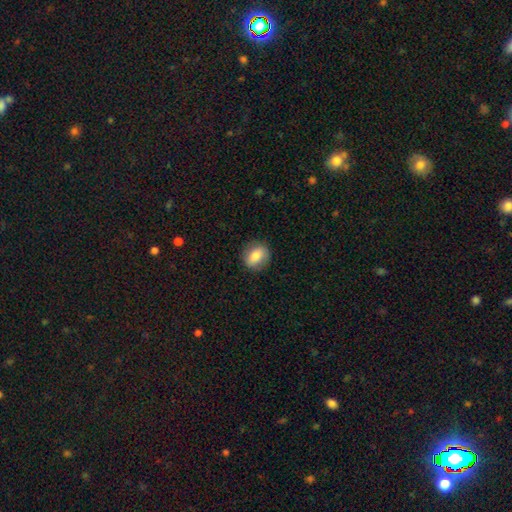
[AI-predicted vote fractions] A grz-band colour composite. It shows a smooth galaxy with no disk features (79%) that is round (58%). Merging: none (86%).